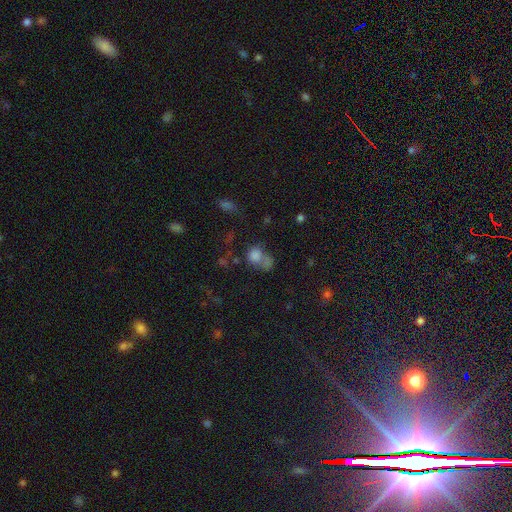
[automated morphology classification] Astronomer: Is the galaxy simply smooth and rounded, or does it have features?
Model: smooth — 74%.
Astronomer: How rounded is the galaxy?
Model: round — 65%.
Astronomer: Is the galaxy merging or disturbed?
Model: merger — 42% (runner-up: none, 31%).